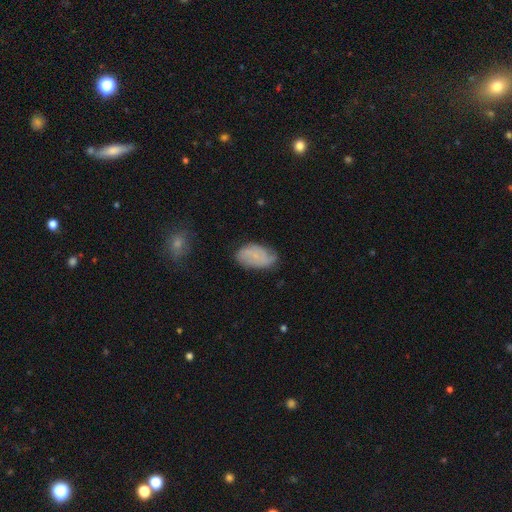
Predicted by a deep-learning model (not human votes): Overall: smooth (48%; featured or disk 43%). Merging: none (59%; minor disturbance 30%).